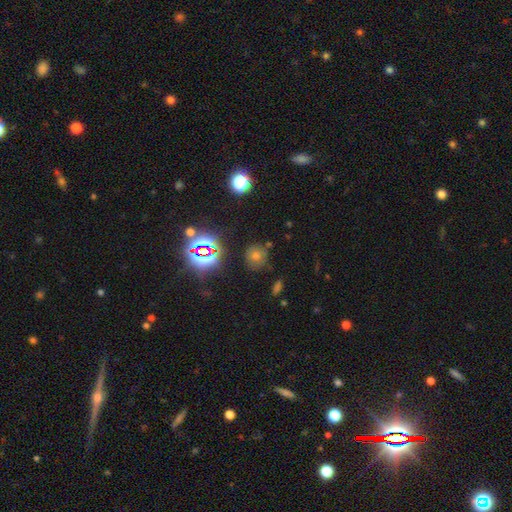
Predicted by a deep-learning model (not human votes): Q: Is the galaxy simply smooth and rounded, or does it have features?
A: smooth — 52%.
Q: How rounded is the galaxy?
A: round — 85%.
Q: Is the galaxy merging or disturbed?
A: none — 80%.